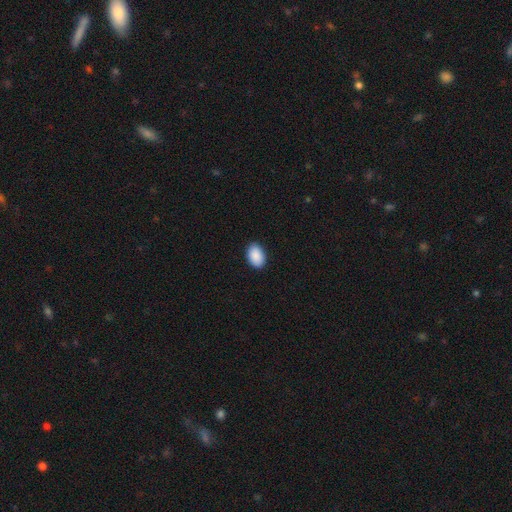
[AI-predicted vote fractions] Overall: smooth (91%). How rounded: in between (91%). Merging: none (89%).